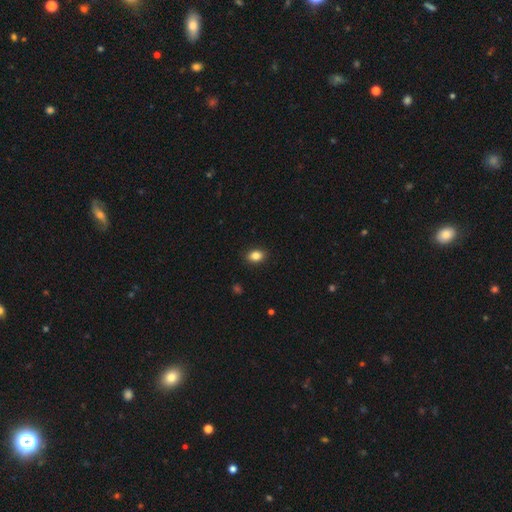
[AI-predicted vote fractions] This appears to be a smooth galaxy with no disk features (86%) that is in between round and cigar-shaped (75%). Merging: none (90%).